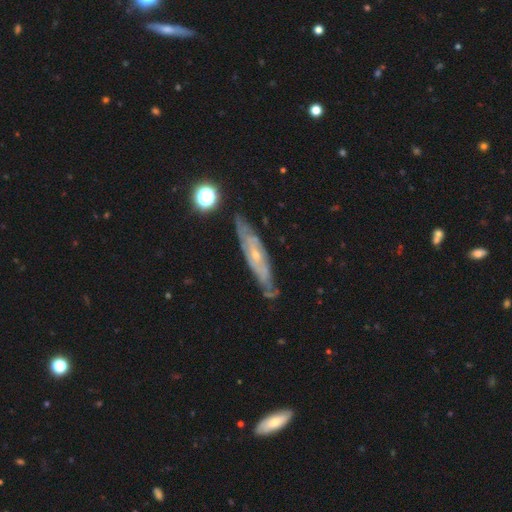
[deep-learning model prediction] featured or disk 78%, smooth 15%, star or artifact 7%. Down the decision tree: edge-on disk — no (63%); merging — none (74%).